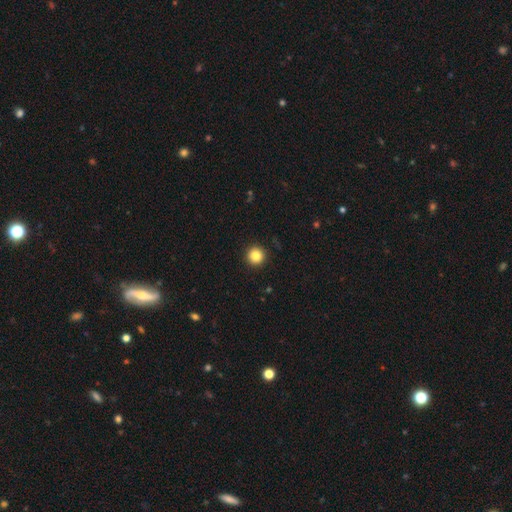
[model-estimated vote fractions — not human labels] Overall: smooth (85%). How rounded: round (96%). Merging: none (93%).